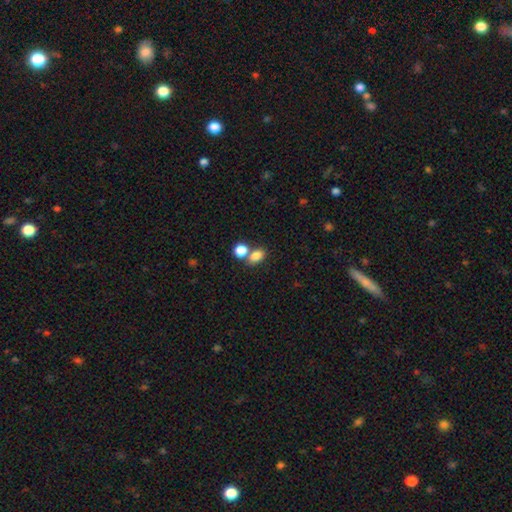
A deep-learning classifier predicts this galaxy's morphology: This is clearly a smooth galaxy (81%). How rounded: likely in between (70%). Merging: possibly none (51%).